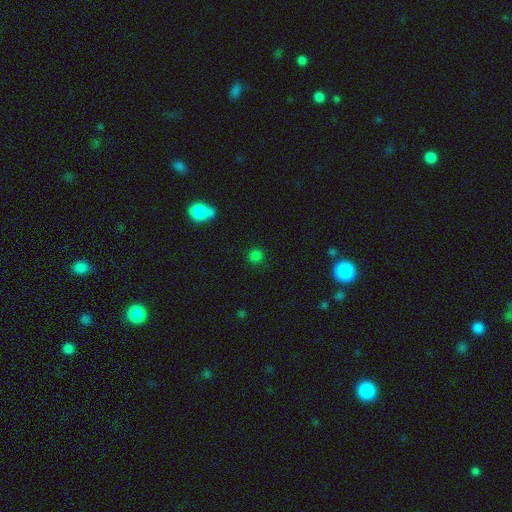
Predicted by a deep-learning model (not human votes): Morphology: type=smooth (77%); roundness=round (92%); merging=none (86%).